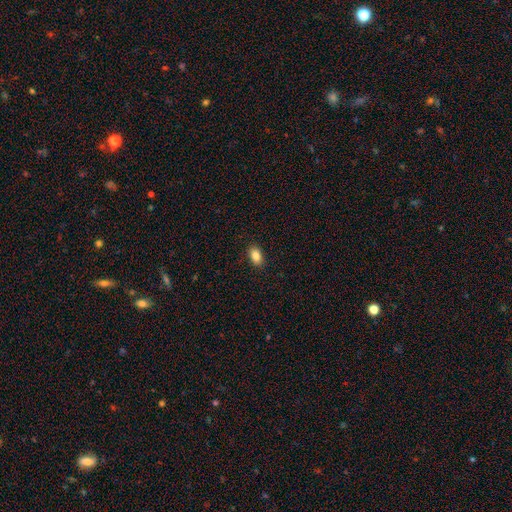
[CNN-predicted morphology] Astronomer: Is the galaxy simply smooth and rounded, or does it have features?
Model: smooth — 86%.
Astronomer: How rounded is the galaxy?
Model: in between — 89%.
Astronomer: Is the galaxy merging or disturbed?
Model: none — 90%.